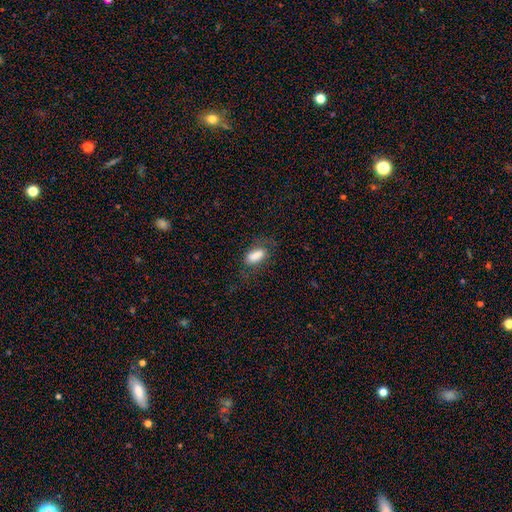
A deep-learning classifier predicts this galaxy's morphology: smooth_or_featured: smooth (p=0.79) [alt: featured or disk p=0.12]
how_rounded: in between (p=0.85) [alt: cigar-shaped p=0.10]
merging: none (p=0.63) [alt: minor disturbance p=0.22]